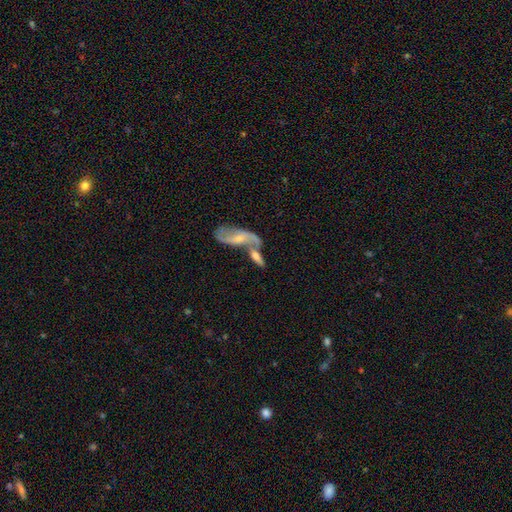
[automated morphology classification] Smooth or featured? Predicted: featured or disk (p=0.62). Edge-on disk? Predicted: no (p=0.81). Bar? Predicted: no (p=0.51). Spiral arms? Predicted: yes (p=0.78). Bulge size? Predicted: small (p=0.50). Merging? Predicted: merger (p=0.55).